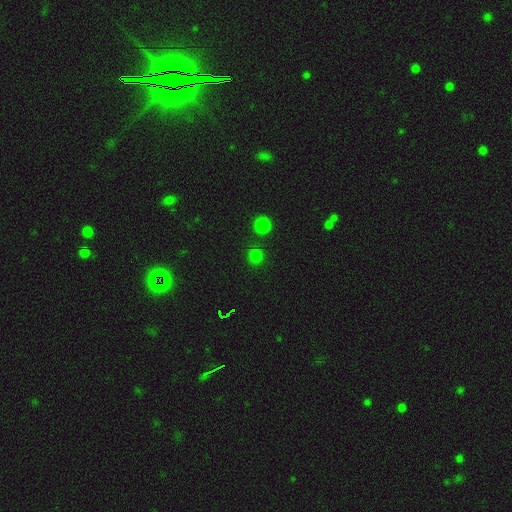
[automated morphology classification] A smooth galaxy with no disk features (75%) that is round (94%). Merging: none (87%).